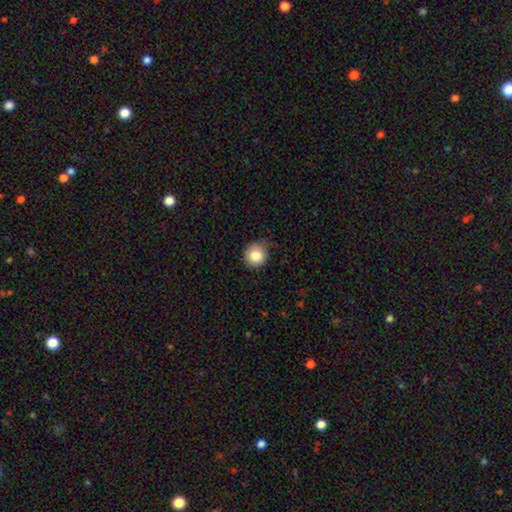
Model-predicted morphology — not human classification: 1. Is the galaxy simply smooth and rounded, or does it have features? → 85% smooth, 9% star or artifact, 6% featured or disk.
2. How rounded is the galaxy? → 93% round, 6% in between, 1% cigar-shaped.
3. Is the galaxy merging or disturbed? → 82% none, 15% minor disturbance, 3% major disturbance, 1% merger.